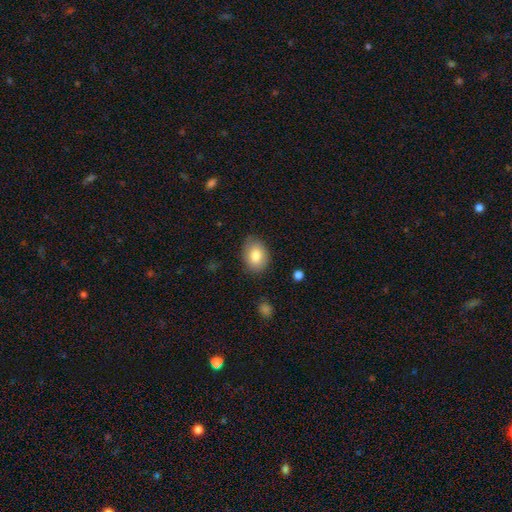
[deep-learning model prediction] smooth_or_featured: smooth (p=0.81) [alt: featured or disk p=0.12]
how_rounded: in between (p=0.70) [alt: round p=0.29]
merging: none (p=0.79) [alt: minor disturbance p=0.16]